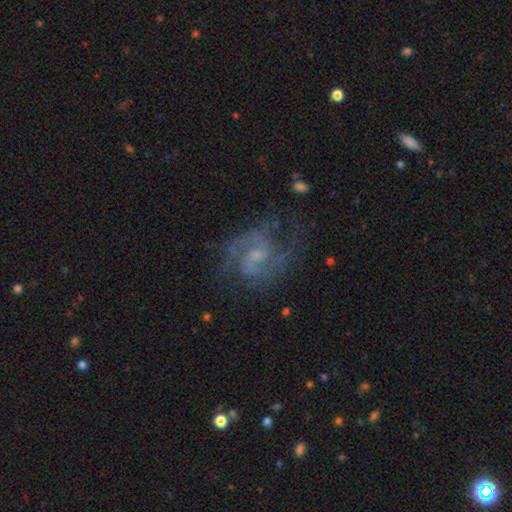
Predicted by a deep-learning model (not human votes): Smooth or featured? featured or disk (87%)
Edge-on disk? no (98%)
Bar? weak (52%)
Spiral arms? yes (96%)
Spiral winding? medium (57%)
Spiral arm count? 2 (81%)
Bulge size? small (57%)
Merging? none (68%)